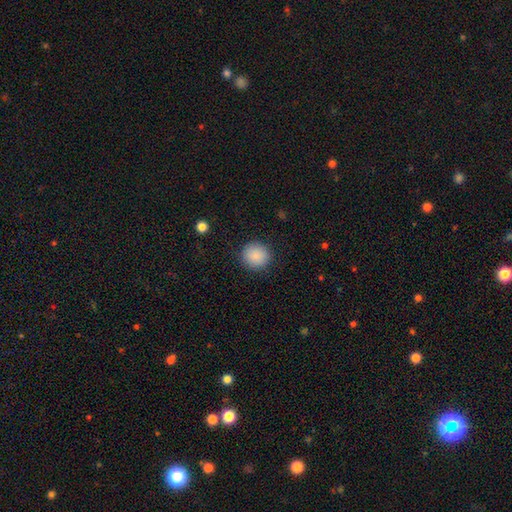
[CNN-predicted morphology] type=smooth (88%); roundness=round (91%); merging=none (90%).